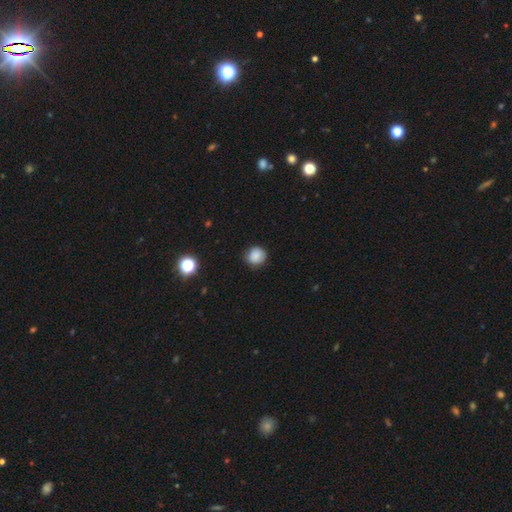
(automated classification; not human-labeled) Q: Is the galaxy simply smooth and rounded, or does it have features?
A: smooth — 84%.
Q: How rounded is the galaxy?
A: round — 88%.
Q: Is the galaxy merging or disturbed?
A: none — 82%.